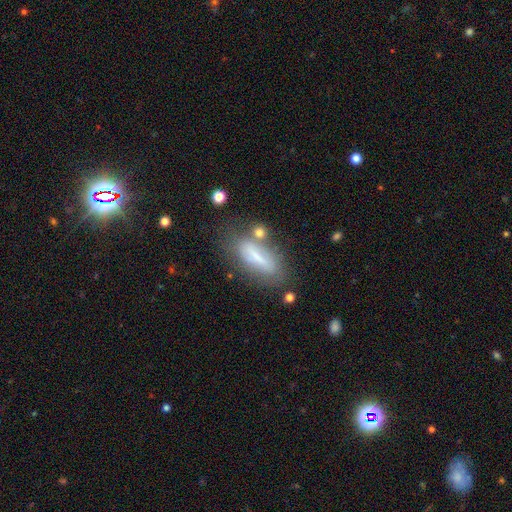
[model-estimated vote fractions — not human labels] Smooth or featured? Predicted: smooth (p=0.58). How rounded? Predicted: cigar-shaped (p=0.49). Merging? Predicted: none (p=0.61).